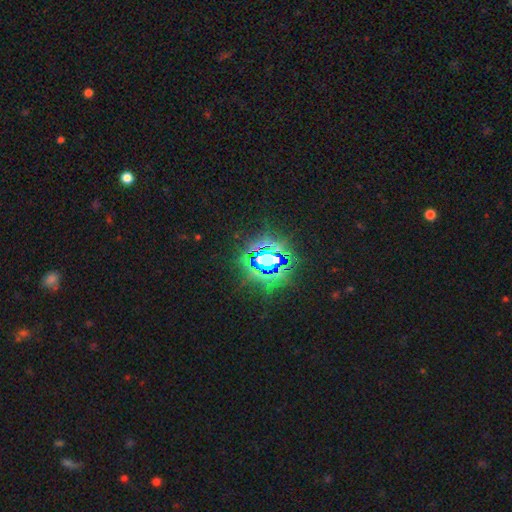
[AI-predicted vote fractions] Overall: star or artifact (84%).